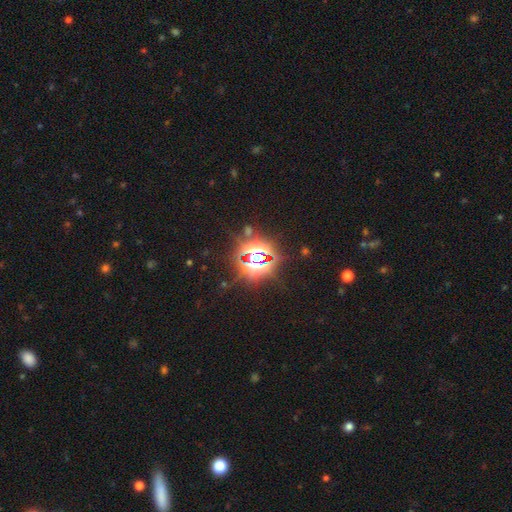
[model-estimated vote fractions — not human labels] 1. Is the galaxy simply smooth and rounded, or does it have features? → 81% star or artifact, 11% smooth, 8% featured or disk.